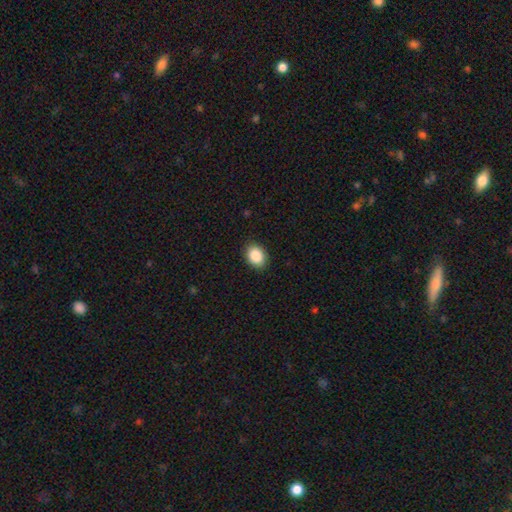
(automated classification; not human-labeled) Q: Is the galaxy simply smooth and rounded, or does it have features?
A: smooth — 88%.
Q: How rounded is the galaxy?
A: in between — 65%.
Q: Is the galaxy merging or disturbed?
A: none — 89%.